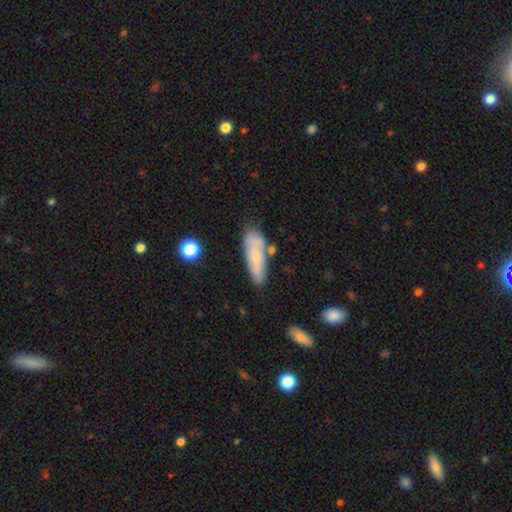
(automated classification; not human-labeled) A smooth galaxy with no disk features (59%) that is in between round and cigar-shaped (53%).

Vote fractions:
- Smooth or featured? smooth: 59% / featured or disk: 34% / star or artifact: 7%
- How rounded? in between: 53% / cigar-shaped: 45% / round: 2%
- Merging? none: 65% / minor disturbance: 21% / merger: 9% / major disturbance: 5%